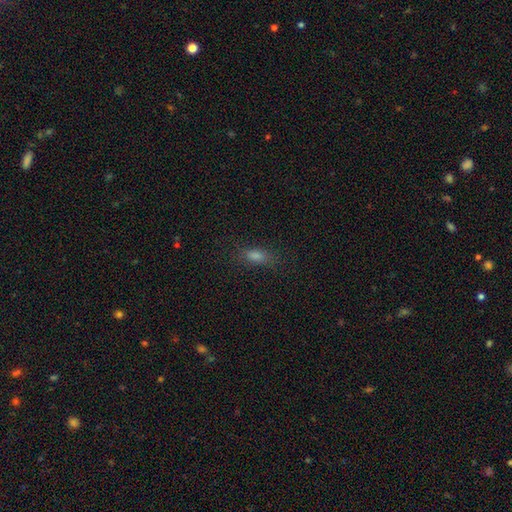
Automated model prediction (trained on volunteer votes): smooth 69%, star or artifact 19%, featured or disk 12%. Down the decision tree: how rounded — in between (62%); merging — none (79%).